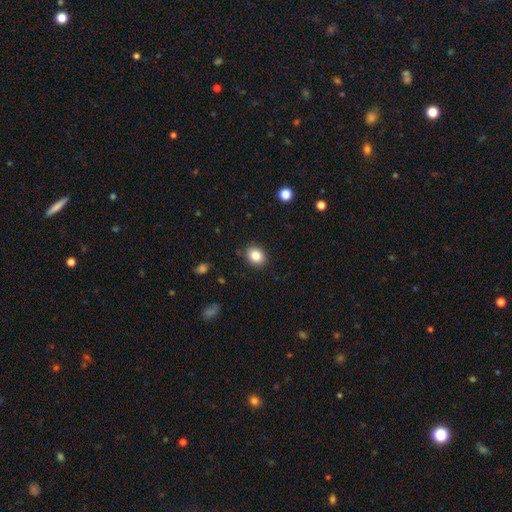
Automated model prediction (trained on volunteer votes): Overall: smooth (85%). How rounded: round (56%; in between 43%). Merging: none (87%).